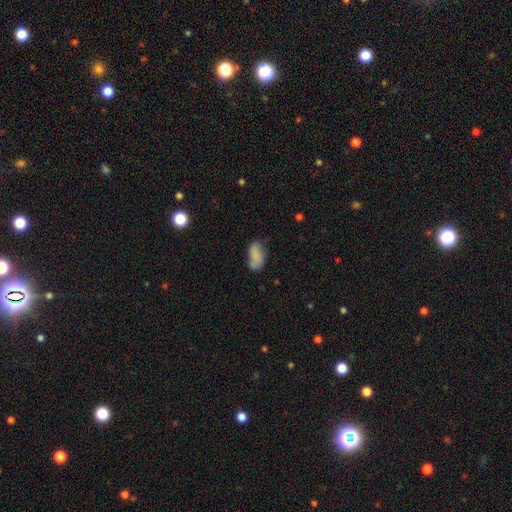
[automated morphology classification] This appears to be a smooth galaxy with no disk features (80%) that is in between round and cigar-shaped (92%). Merging: none (55%).